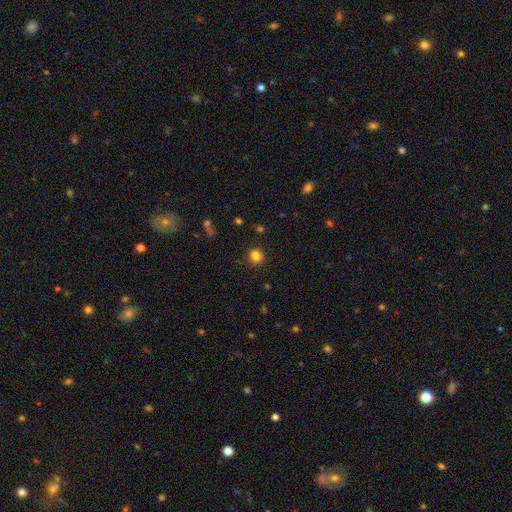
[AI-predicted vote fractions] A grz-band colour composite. It shows a smooth galaxy with no disk features (82%) that is round (87%). Merging: none (89%).